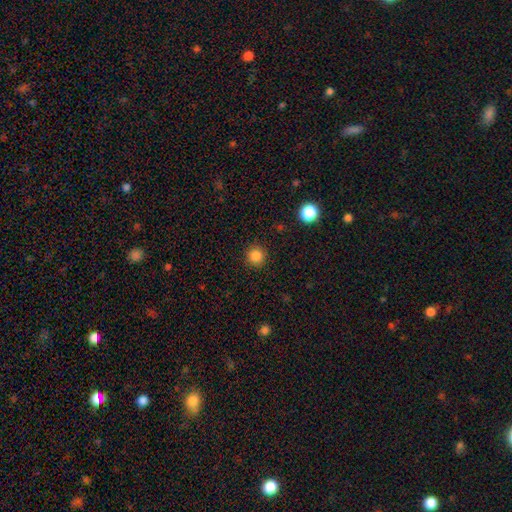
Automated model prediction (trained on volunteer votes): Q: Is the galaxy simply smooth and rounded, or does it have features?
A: smooth — 85%.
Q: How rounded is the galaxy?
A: round — 94%.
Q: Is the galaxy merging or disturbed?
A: none — 91%.